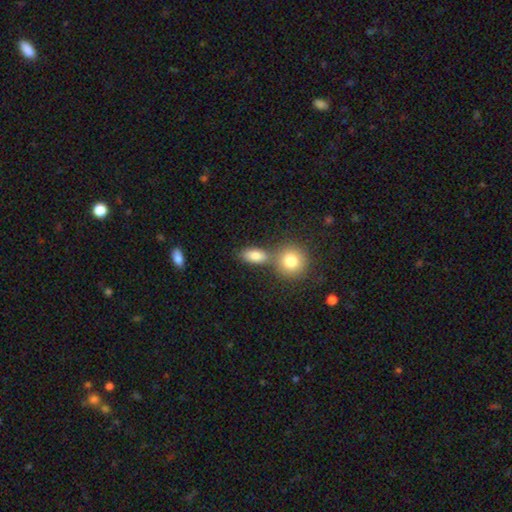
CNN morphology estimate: type=smooth (82%); roundness=in between (75%); merging=none (58%).